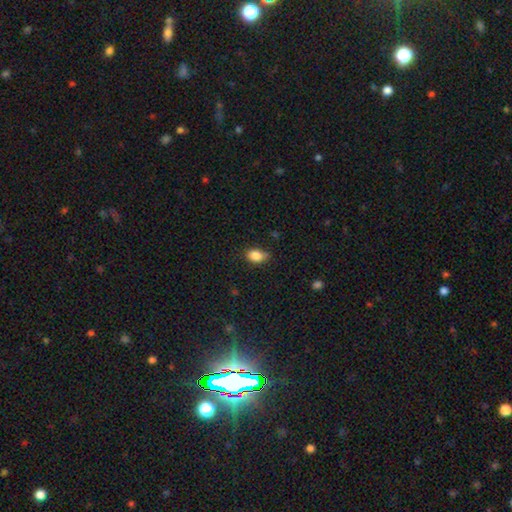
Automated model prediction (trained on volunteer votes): Smooth or featured? Predicted: smooth (p=0.86). How rounded? Predicted: in between (p=0.78). Merging? Predicted: none (p=0.66).